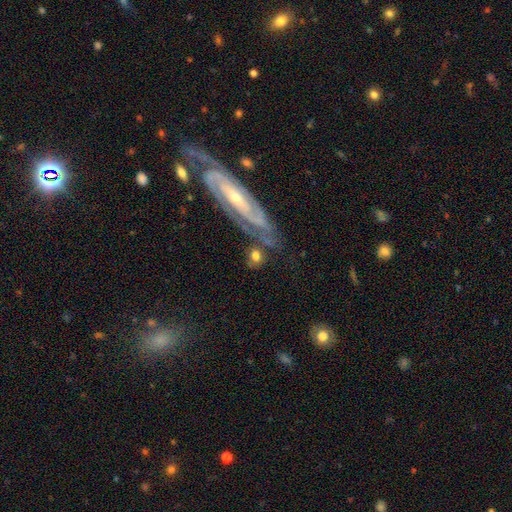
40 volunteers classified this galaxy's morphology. A smooth galaxy with no disk features (68%) that is round (63%).

Vote fractions:
- Smooth or featured? smooth: 68% / featured or disk: 32% / star or artifact: 0%
- How rounded? round: 63% / in between: 37% / cigar-shaped: 0%
- Merging? none: 70% / minor disturbance: 18% / merger: 8% / major disturbance: 5%